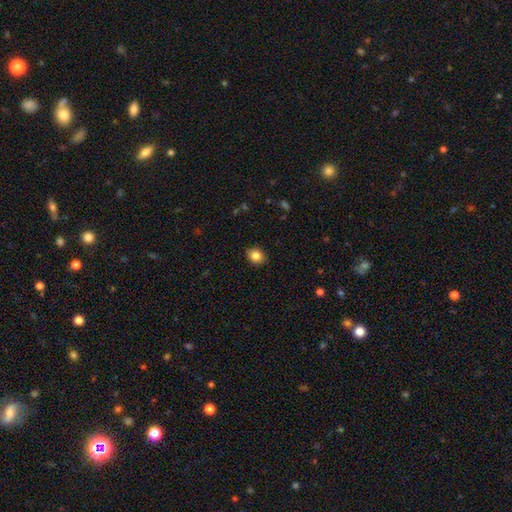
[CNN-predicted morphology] Smooth or featured: smooth — 84% (star or artifact — 10%)
How rounded: round — 57% (in between — 42%)
Merging: none — 90% (minor disturbance — 7%)